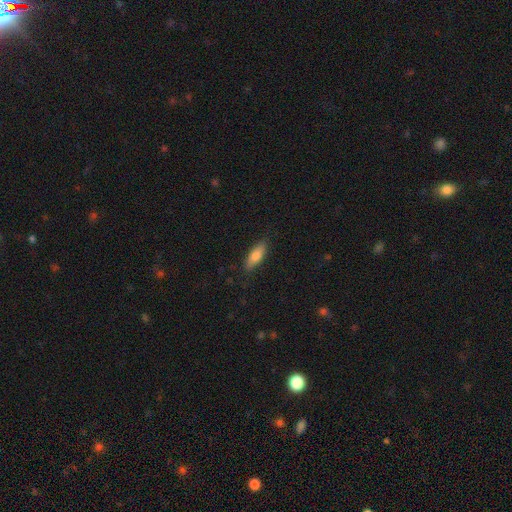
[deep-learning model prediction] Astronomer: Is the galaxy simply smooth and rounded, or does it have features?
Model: smooth — 79%.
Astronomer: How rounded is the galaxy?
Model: in between — 59% (runner-up: cigar-shaped, 39%).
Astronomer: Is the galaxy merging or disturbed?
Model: none — 84%.